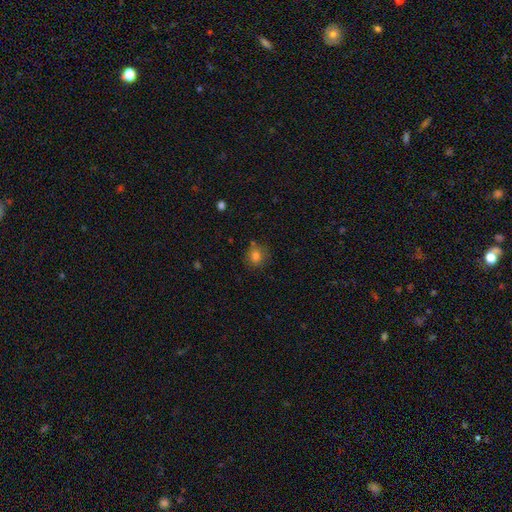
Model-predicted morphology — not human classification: type=smooth (80%); roundness=round (71%); merging=none (75%).